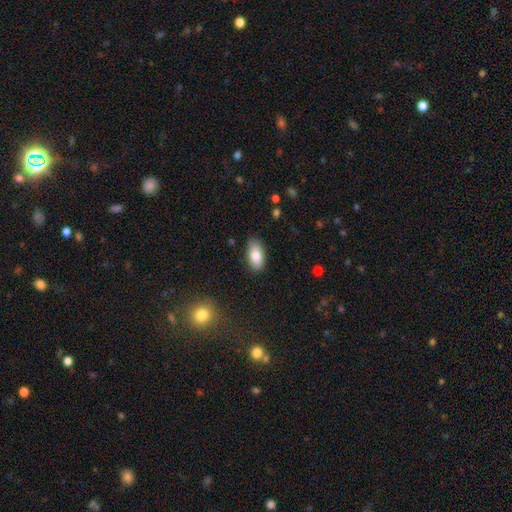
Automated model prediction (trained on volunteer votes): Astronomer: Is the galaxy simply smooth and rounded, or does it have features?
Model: smooth — 83%.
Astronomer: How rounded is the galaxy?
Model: in between — 92%.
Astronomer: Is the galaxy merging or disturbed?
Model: none — 81%.